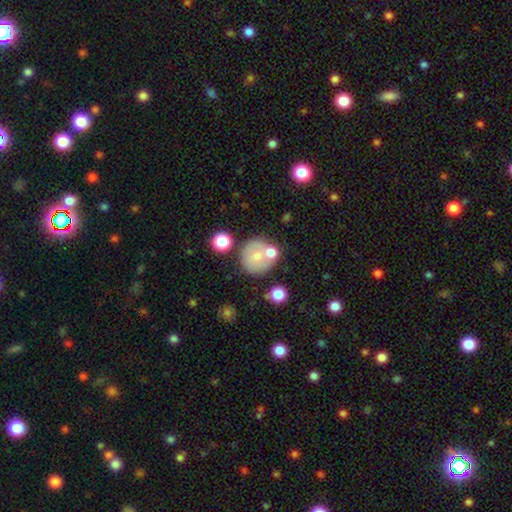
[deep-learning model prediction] The model was most divided on "merging": none: 57%, merger: 23%, minor disturbance: 14%, major disturbance: 6%. More confident: how rounded — round (88%); smooth or featured — smooth (63%).